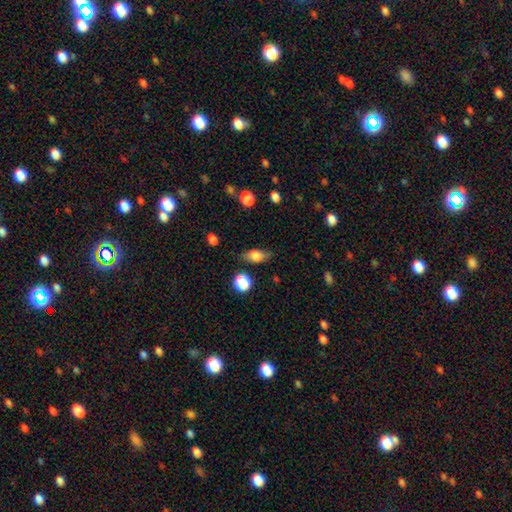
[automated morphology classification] Smooth or featured: smooth — 73% (featured or disk — 18%)
How rounded: in between — 76% (cigar-shaped — 13%)
Merging: none — 76% (minor disturbance — 17%)